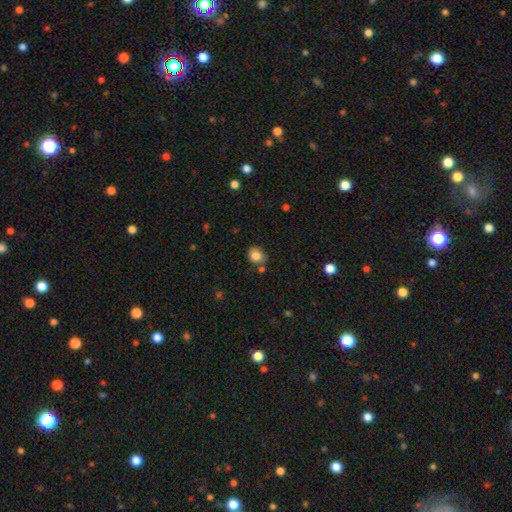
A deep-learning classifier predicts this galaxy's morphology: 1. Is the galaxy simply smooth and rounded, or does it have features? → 84% smooth, 10% star or artifact, 5% featured or disk.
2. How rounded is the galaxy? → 71% round, 28% in between, 1% cigar-shaped.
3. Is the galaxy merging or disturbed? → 73% none, 14% minor disturbance, 9% merger, 4% major disturbance.